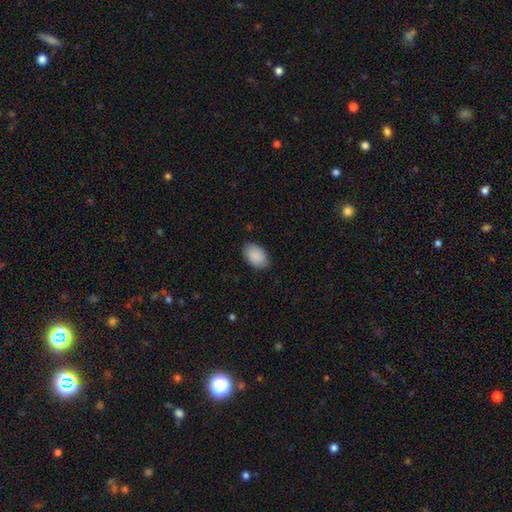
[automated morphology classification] Smooth or featured? smooth (91%)
How rounded? in between (91%)
Merging? none (86%)